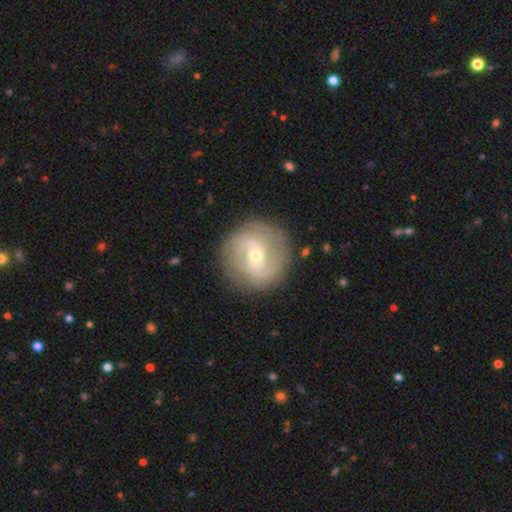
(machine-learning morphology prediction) This is likely a featured or disk galaxy (76%). It is clearly not viewed edge-on (97%). Bar: possibly weak (47%). Spiral arm pattern: clearly yes (88%). Spiral arm count: likely 2 (71%). Spiral winding: marginally medium (42%). Central bulge: possibly small (56%). Merging: clearly none (84%).